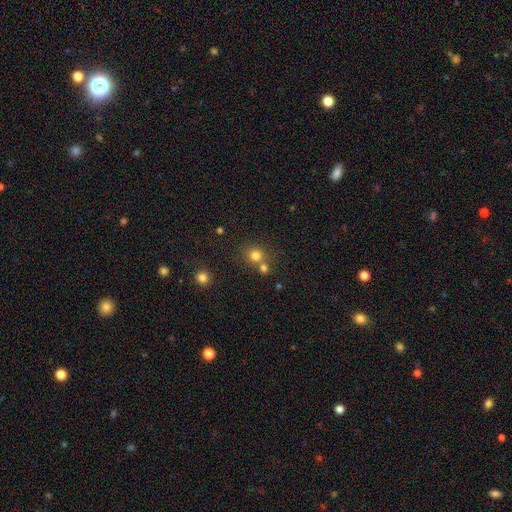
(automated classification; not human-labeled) smooth_or_featured: smooth (p=0.77) [alt: star or artifact p=0.15]
how_rounded: round (p=0.87) [alt: in between p=0.12]
merging: none (p=0.58) [alt: merger p=0.32]